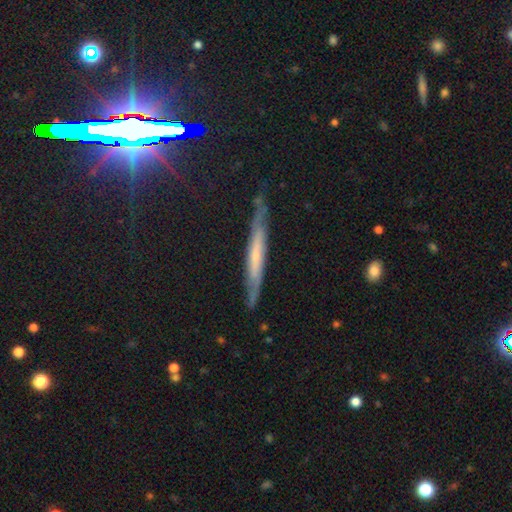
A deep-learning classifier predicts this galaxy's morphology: smooth-or-featured: featured or disk: 58% | smooth: 32% | star or artifact: 9%
  disk-edge-on: yes: 82% | no: 18%
  merging: none: 77% | minor disturbance: 18% | major disturbance: 3% | merger: 2%